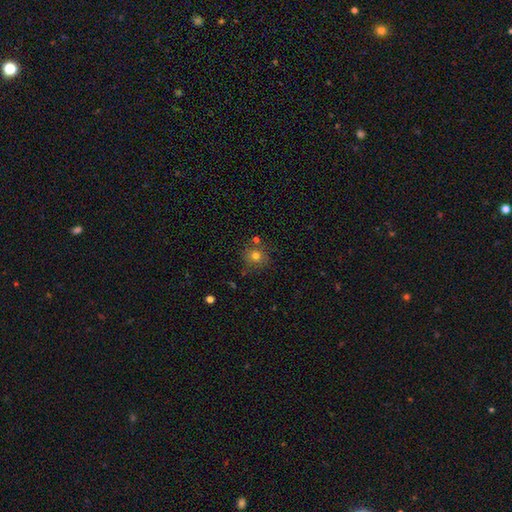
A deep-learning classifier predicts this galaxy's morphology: Smooth or featured: smooth — 75% (star or artifact — 15%)
How rounded: round — 91% (in between — 9%)
Merging: none — 77% (minor disturbance — 12%)